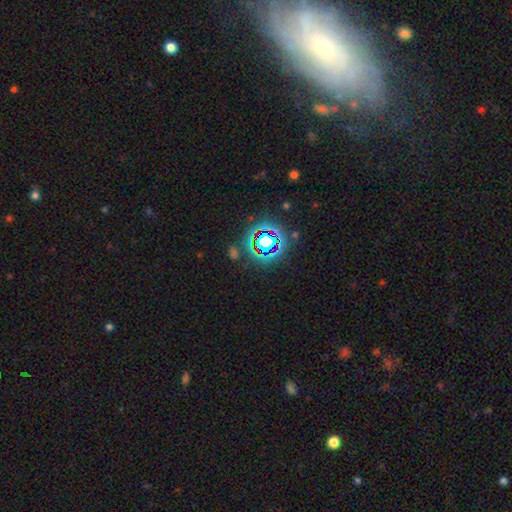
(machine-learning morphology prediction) Smooth or featured?
  - star or artifact: 76% *
  - smooth: 13%
  - featured or disk: 11%